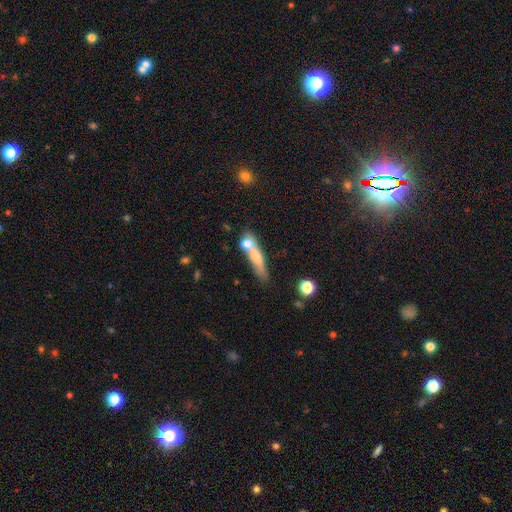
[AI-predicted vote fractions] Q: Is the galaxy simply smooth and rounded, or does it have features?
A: smooth — 61%.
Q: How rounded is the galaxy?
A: cigar-shaped — 74%.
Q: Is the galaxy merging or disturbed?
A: none — 39%.